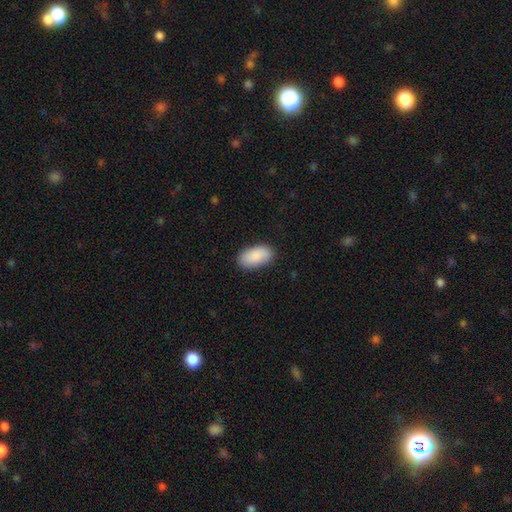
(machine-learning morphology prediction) smooth_or_featured: smooth (p=0.90) [alt: star or artifact p=0.06]
how_rounded: in between (p=0.95) [alt: cigar-shaped p=0.03]
merging: none (p=0.86) [alt: minor disturbance p=0.11]